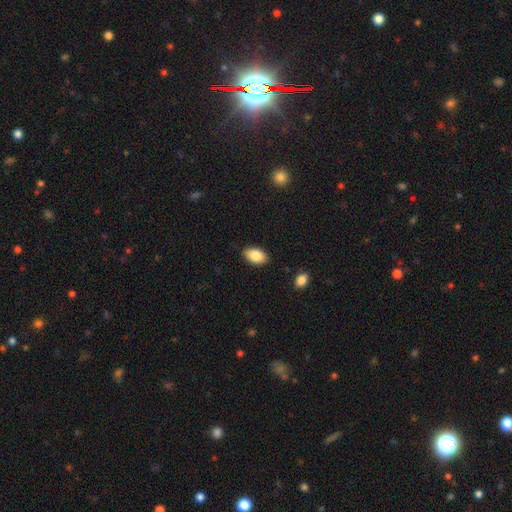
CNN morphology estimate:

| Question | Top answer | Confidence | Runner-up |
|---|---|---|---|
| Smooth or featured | smooth | 85% | featured or disk (8%) |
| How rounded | in between | 93% | round (5%) |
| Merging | none | 87% | minor disturbance (10%) |